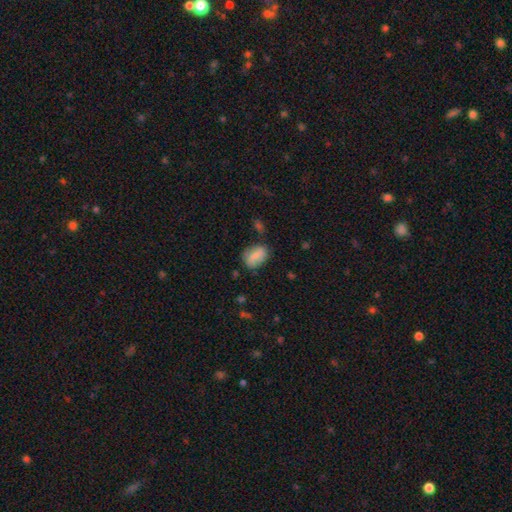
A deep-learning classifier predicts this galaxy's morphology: This appears to be a smooth galaxy with no disk features (74%) that is in between round and cigar-shaped (82%). Merging: none (62%).